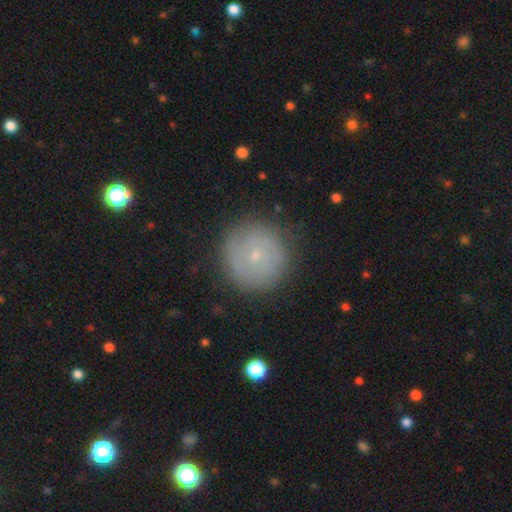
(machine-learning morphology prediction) A smooth galaxy with no disk features (46%).

Vote fractions:
- Smooth or featured? smooth: 46% / featured or disk: 44% / star or artifact: 10%
- Merging? none: 86% / minor disturbance: 10% / major disturbance: 3% / merger: 1%